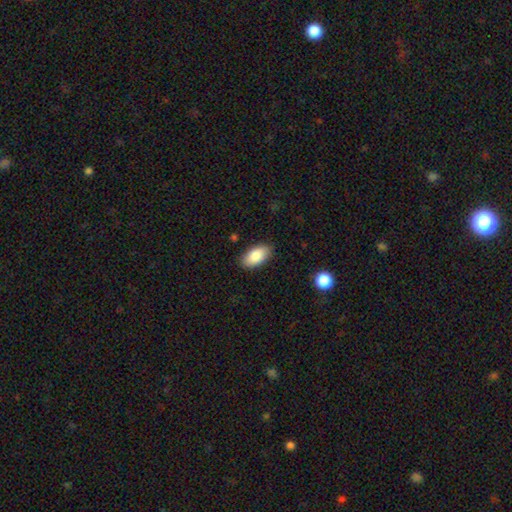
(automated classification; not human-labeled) Morphology: type=smooth (86%); roundness=in between (94%); merging=none (87%).